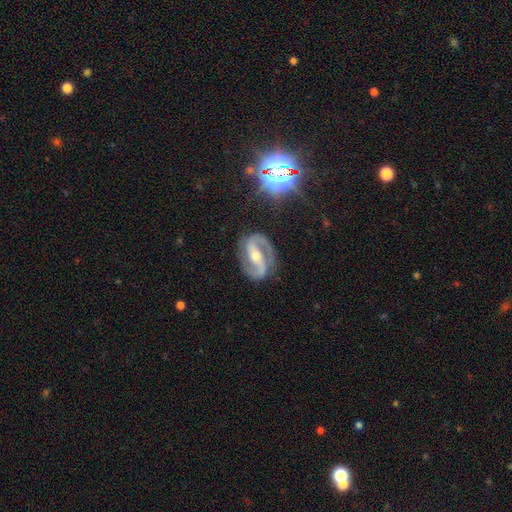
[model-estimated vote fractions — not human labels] Morphology: type=featured or disk (89%); edge-on=no (97%); bar=strong (60%); spiral arms=yes (97%); winding=medium (54%); arm count=2 (94%); bulge=moderate (52%); merging=none (84%).